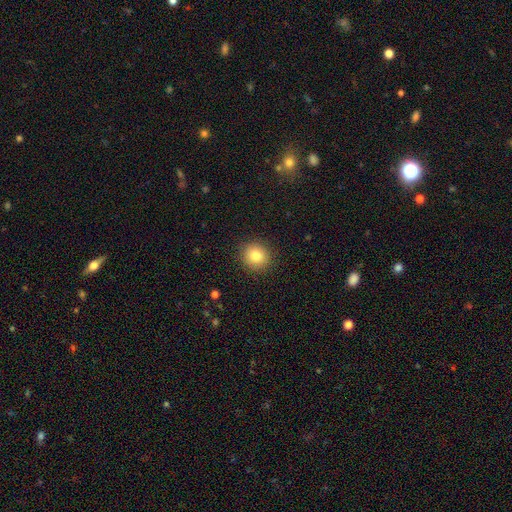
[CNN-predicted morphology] type=smooth (82%); roundness=round (89%); merging=none (91%).